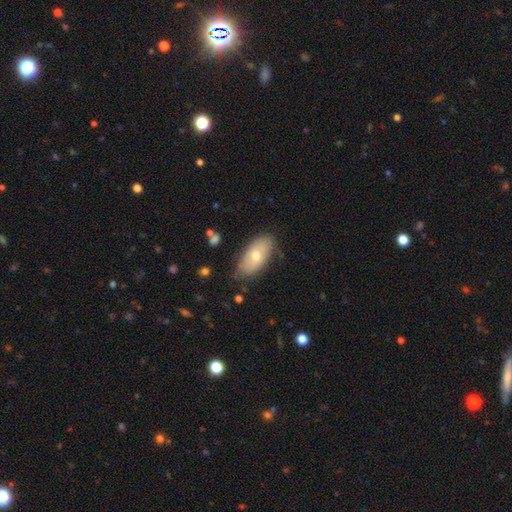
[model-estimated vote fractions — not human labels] Smooth or featured?
  - smooth: 64% *
  - featured or disk: 29%
  - star or artifact: 6%
How rounded?
  - in between: 91% *
  - cigar-shaped: 5%
  - round: 3%
Merging?
  - none: 74% *
  - minor disturbance: 20%
  - major disturbance: 4%
  - merger: 2%